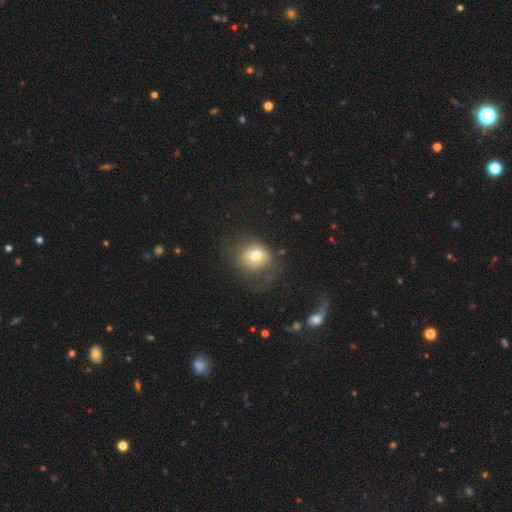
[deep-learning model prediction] A smooth galaxy with no disk features (73%) that is round (67%).

Vote fractions:
- Smooth or featured? smooth: 73% / featured or disk: 16% / star or artifact: 11%
- How rounded? round: 67% / in between: 33% / cigar-shaped: 1%
- Merging? none: 55% / minor disturbance: 23% / major disturbance: 20% / merger: 3%